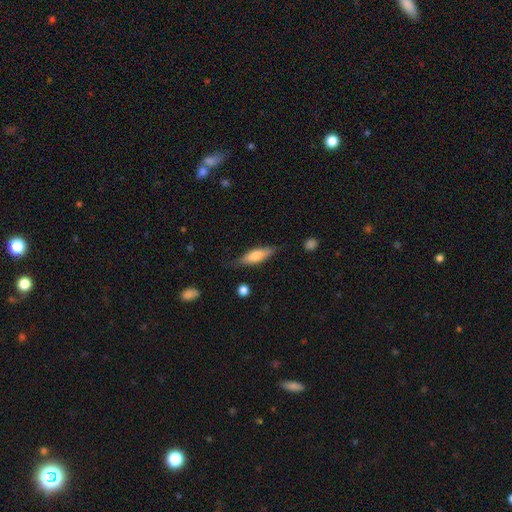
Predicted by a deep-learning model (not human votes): This is likely a smooth galaxy (62%). How rounded: possibly cigar-shaped (55%). Merging: likely none (75%).